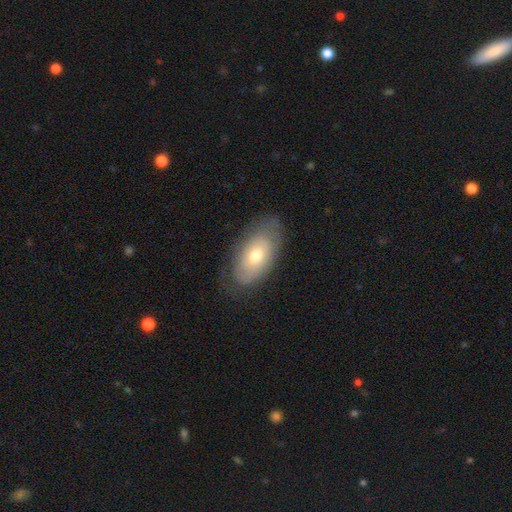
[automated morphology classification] This is possibly a smooth galaxy (59%). How rounded: clearly in between (93%). Merging: likely none (73%).